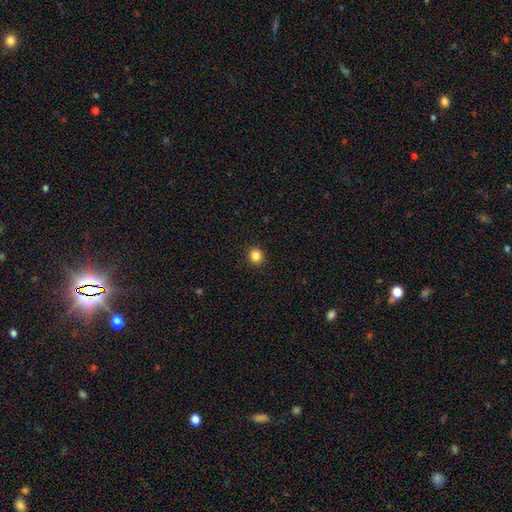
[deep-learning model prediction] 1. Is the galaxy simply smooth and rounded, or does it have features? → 85% smooth, 11% star or artifact, 4% featured or disk.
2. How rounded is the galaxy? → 86% round, 13% in between, 1% cigar-shaped.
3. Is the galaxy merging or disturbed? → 92% none, 5% minor disturbance, 2% major disturbance, 1% merger.